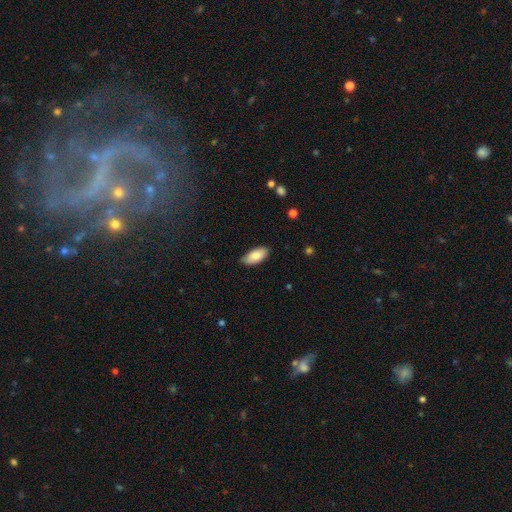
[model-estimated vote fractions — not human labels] A smooth galaxy with no disk features (85%) that is in between round and cigar-shaped (91%).

Vote fractions:
- Smooth or featured? smooth: 85% / featured or disk: 8% / star or artifact: 6%
- How rounded? in between: 91% / cigar-shaped: 7% / round: 2%
- Merging? none: 84% / minor disturbance: 13% / major disturbance: 2% / merger: 1%